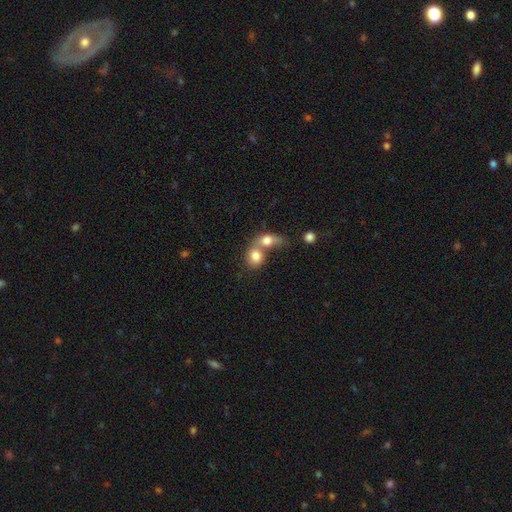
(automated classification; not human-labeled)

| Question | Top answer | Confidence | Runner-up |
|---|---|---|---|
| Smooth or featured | smooth | 79% | featured or disk (13%) |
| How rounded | round | 61% | in between (37%) |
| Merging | merger | 69% | none (21%) |